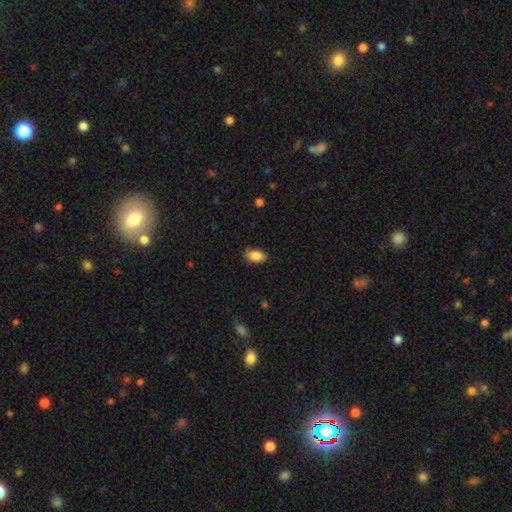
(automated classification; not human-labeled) Smooth or featured: smooth — 85% (featured or disk — 8%)
How rounded: in between — 92% (round — 6%)
Merging: none — 79% (minor disturbance — 17%)